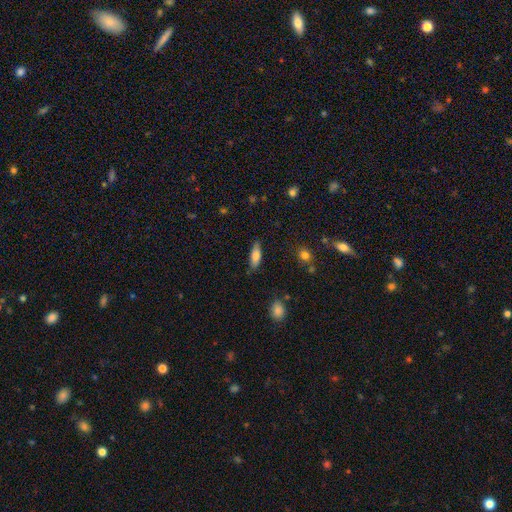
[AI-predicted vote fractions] Smooth or featured?
  - smooth: 79% *
  - featured or disk: 14%
  - star or artifact: 7%
How rounded?
  - in between: 64% *
  - cigar-shaped: 34%
  - round: 2%
Merging?
  - none: 78% *
  - minor disturbance: 17%
  - major disturbance: 3%
  - merger: 2%